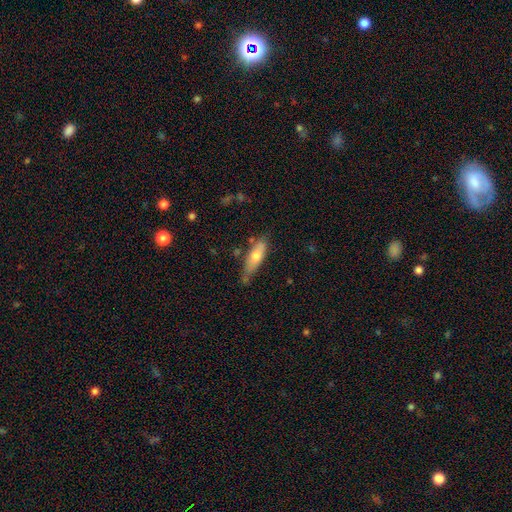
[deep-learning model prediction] Smooth or featured: smooth — 61% (featured or disk — 32%)
How rounded: cigar-shaped — 53% (in between — 45%)
Merging: none — 64% (minor disturbance — 26%)